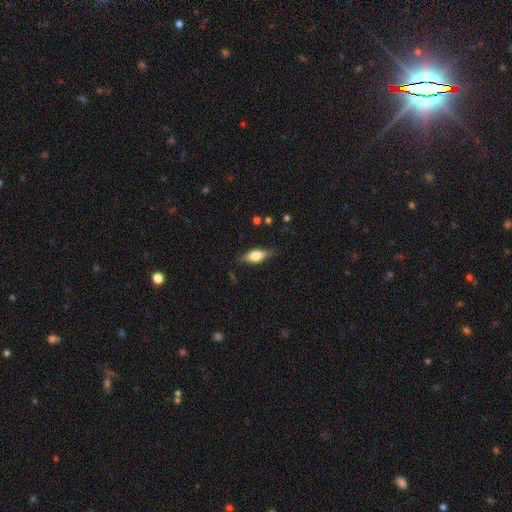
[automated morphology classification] smooth 51%, featured or disk 42%, star or artifact 7%. Down the decision tree: how rounded — in between (65%); merging — none (80%).